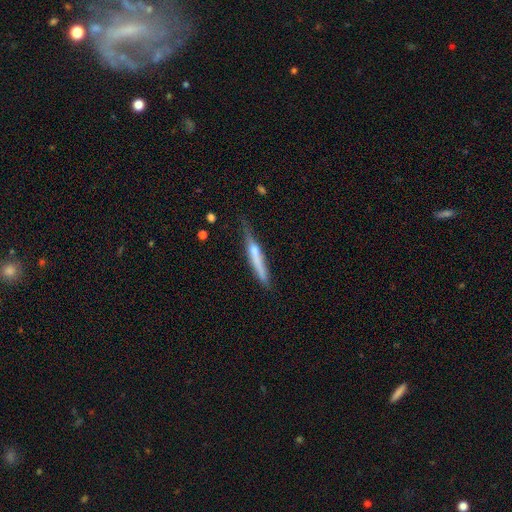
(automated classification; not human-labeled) smooth_or_featured: smooth (p=0.51) [alt: featured or disk p=0.43]
how_rounded: cigar-shaped (p=0.94) [alt: in between p=0.04]
merging: none (p=0.63) [alt: minor disturbance p=0.27]